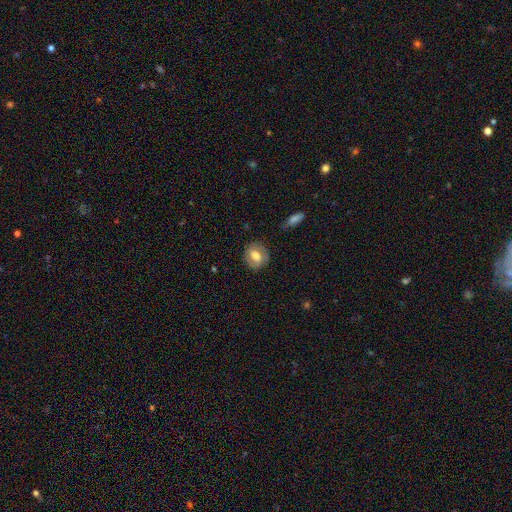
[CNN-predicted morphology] smooth 54%, featured or disk 38%, star or artifact 8%. Down the decision tree: how rounded — round (65%); merging — none (80%).